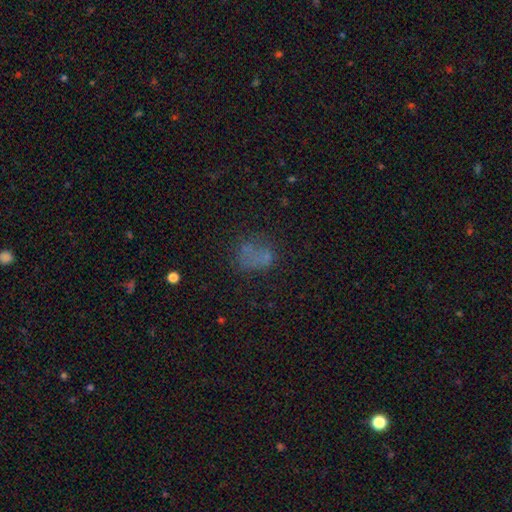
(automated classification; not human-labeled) smooth_or_featured: smooth (p=0.53) [alt: star or artifact p=0.24]
how_rounded: in between (p=0.53) [alt: round p=0.45]
merging: none (p=0.52) [alt: minor disturbance p=0.19]